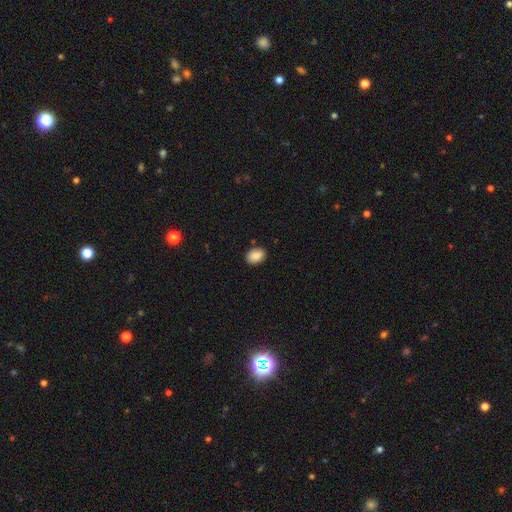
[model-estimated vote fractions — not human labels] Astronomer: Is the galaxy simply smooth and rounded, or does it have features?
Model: smooth — 87%.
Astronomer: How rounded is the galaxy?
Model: in between — 76%.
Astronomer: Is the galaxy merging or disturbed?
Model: none — 85%.